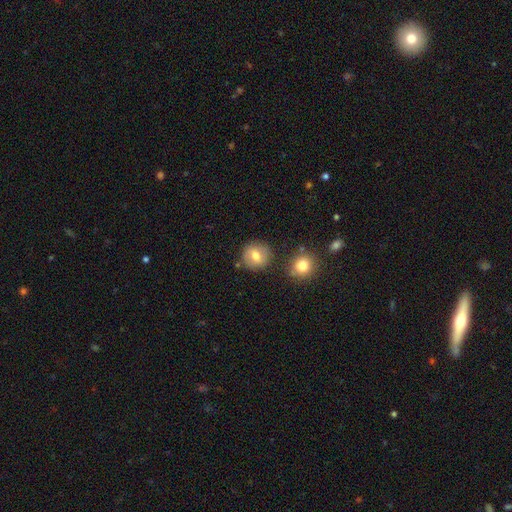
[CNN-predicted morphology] Smooth or featured? smooth (70%)
How rounded? round (89%)
Merging? none (80%)